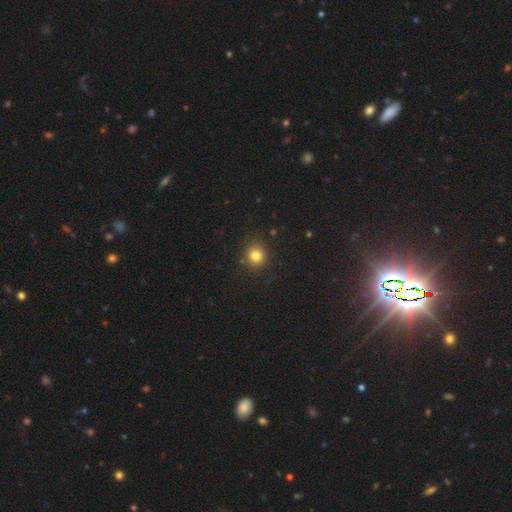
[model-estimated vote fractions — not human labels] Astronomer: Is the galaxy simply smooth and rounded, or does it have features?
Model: smooth — 80%.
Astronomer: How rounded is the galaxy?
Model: round — 88%.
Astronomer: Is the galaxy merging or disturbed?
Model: none — 88%.